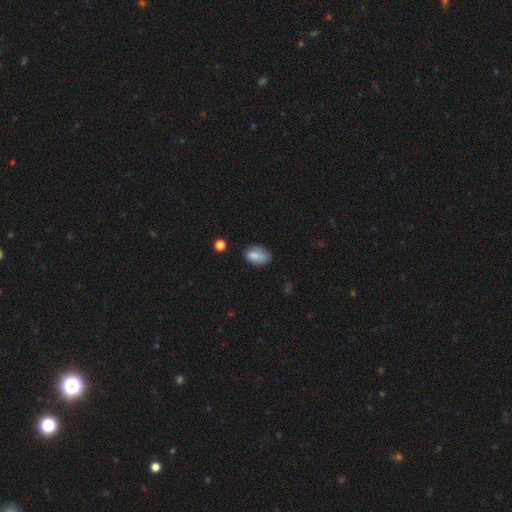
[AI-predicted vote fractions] This is clearly a smooth galaxy (80%). How rounded: clearly in between (89%). Merging: likely none (64%).